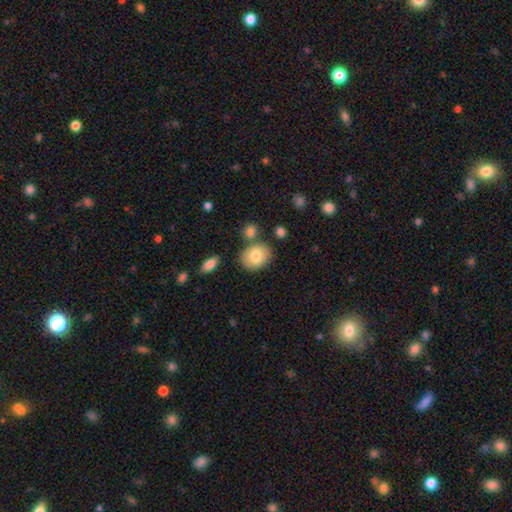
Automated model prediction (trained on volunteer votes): smooth-or-featured: smooth: 80% | featured or disk: 13% | star or artifact: 7%
  how-rounded: in between: 56% | round: 43% | cigar-shaped: 1%
  merging: none: 73% | minor disturbance: 13% | merger: 10% | major disturbance: 3%